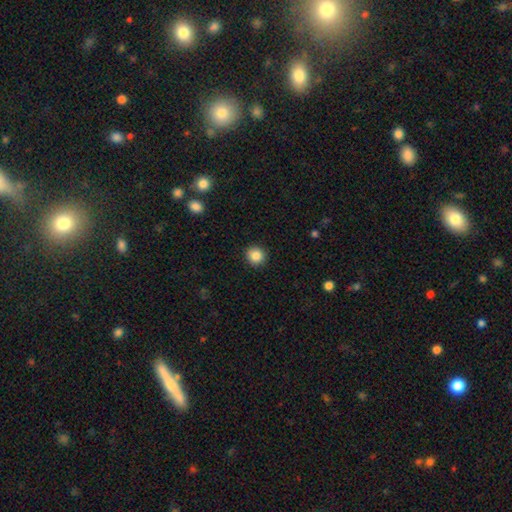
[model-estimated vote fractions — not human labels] Smooth or featured: smooth — 85% (star or artifact — 10%)
How rounded: round — 92% (in between — 7%)
Merging: none — 91% (minor disturbance — 6%)